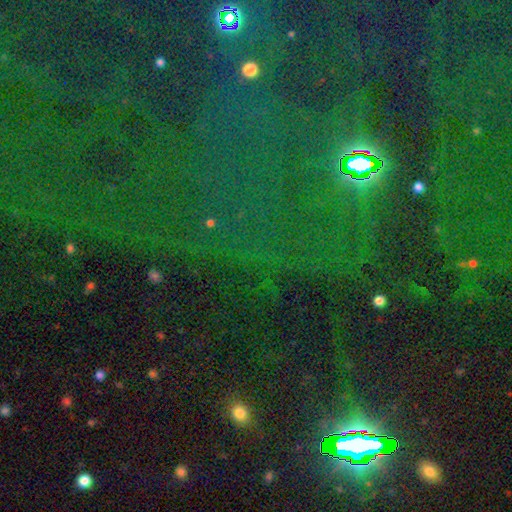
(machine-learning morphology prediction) Smooth or featured? Predicted: star or artifact (p=0.85).